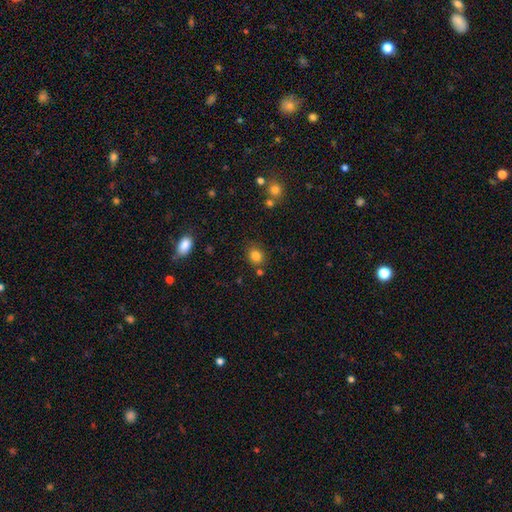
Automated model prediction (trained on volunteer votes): Morphology: type=smooth (82%); roundness=round (60%); merging=none (76%).